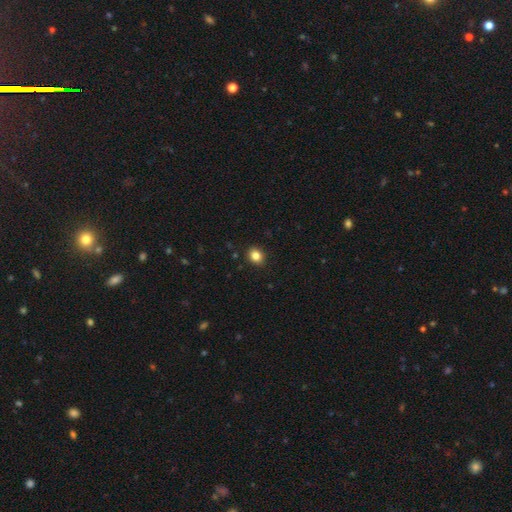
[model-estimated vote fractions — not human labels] A smooth galaxy with no disk features (83%) that is round (67%).

Vote fractions:
- Smooth or featured? smooth: 83% / star or artifact: 11% / featured or disk: 6%
- How rounded? round: 67% / in between: 32% / cigar-shaped: 1%
- Merging? none: 91% / minor disturbance: 7% / major disturbance: 2% / merger: 1%